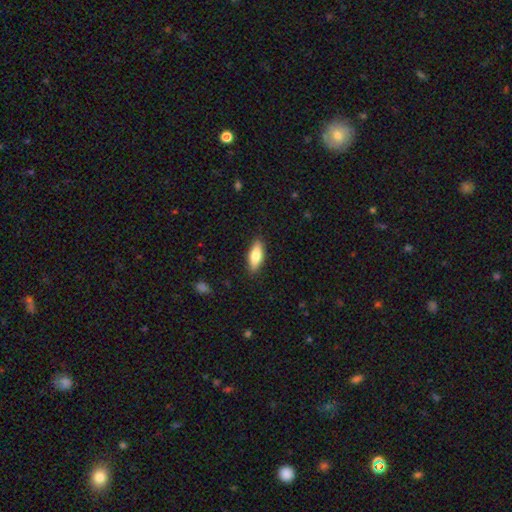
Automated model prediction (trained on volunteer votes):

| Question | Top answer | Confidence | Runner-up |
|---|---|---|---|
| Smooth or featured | smooth | 77% | featured or disk (17%) |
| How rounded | in between | 68% | cigar-shaped (30%) |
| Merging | none | 87% | minor disturbance (9%) |